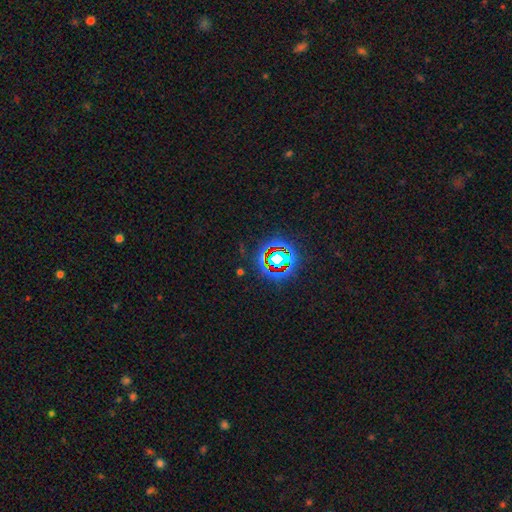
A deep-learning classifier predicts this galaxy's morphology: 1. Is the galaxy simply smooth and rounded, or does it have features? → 77% star or artifact, 13% smooth, 10% featured or disk.